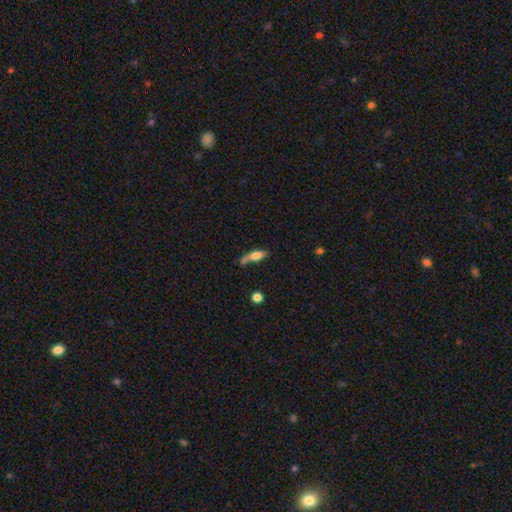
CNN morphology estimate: type=smooth (67%); roundness=in between (59%); merging=none (42%).